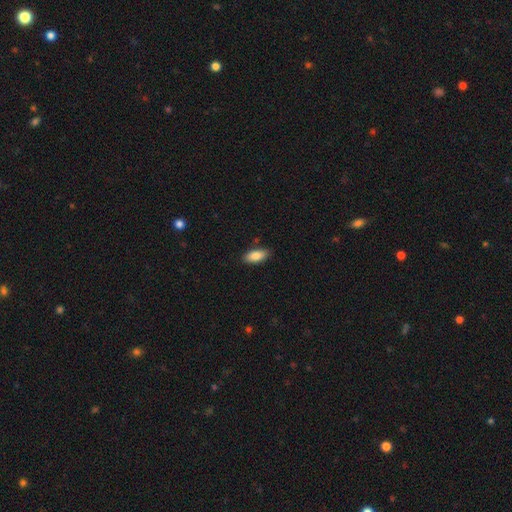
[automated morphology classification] This is clearly a smooth galaxy (86%). How rounded: clearly in between (86%). Merging: clearly none (85%).